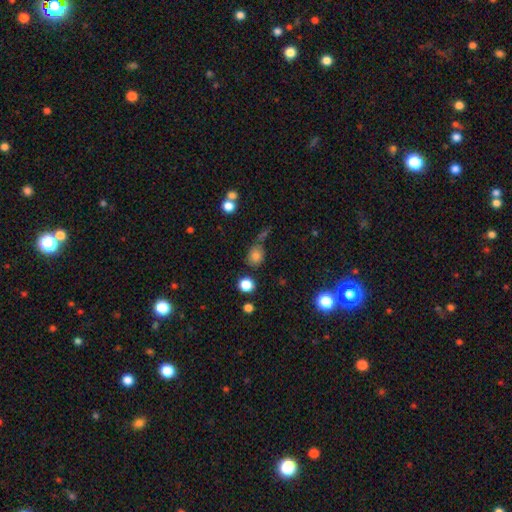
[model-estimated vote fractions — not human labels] Smooth or featured?
  - smooth: 78% *
  - star or artifact: 14%
  - featured or disk: 7%
How rounded?
  - round: 67% *
  - in between: 31%
  - cigar-shaped: 2%
Merging?
  - none: 58% *
  - minor disturbance: 18%
  - merger: 15%
  - major disturbance: 9%